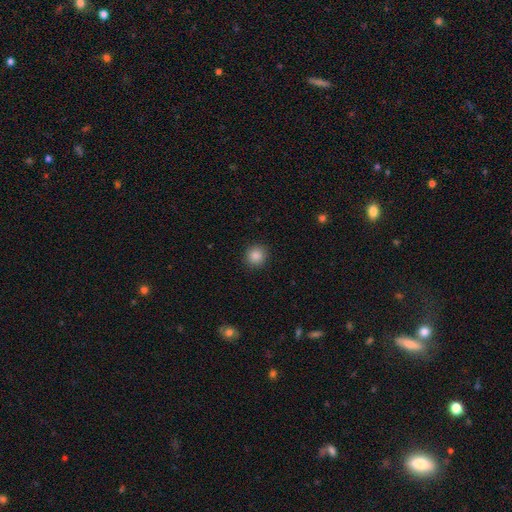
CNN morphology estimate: Smooth or featured?
  - smooth: 87% *
  - star or artifact: 10%
  - featured or disk: 3%
How rounded?
  - round: 91% *
  - in between: 8%
  - cigar-shaped: 1%
Merging?
  - none: 91% *
  - minor disturbance: 6%
  - major disturbance: 2%
  - merger: 1%